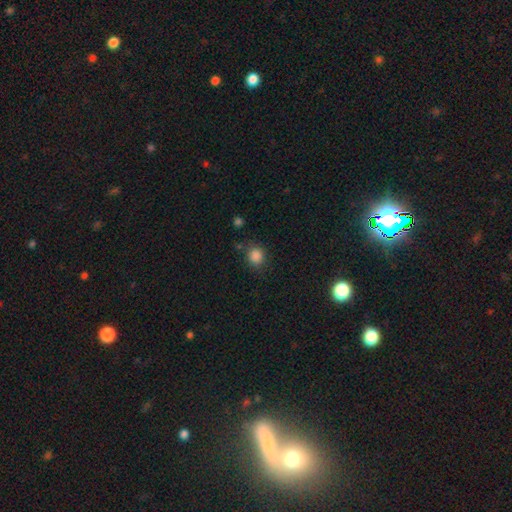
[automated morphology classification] A smooth galaxy with no disk features (85%) that is round (77%). Merging: none (79%).